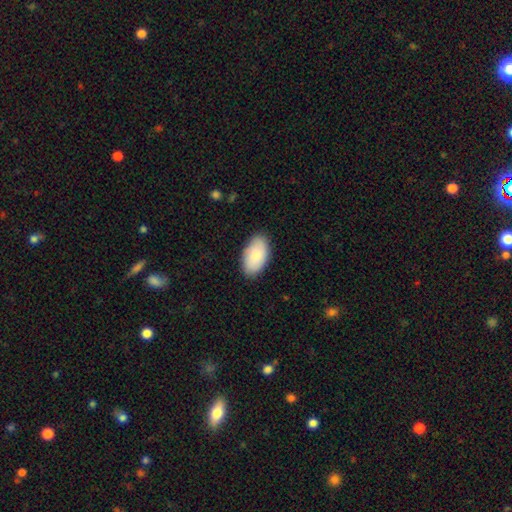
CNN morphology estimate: Smooth or featured: smooth — 83% (featured or disk — 11%)
How rounded: in between — 95% (round — 4%)
Merging: none — 85% (minor disturbance — 12%)